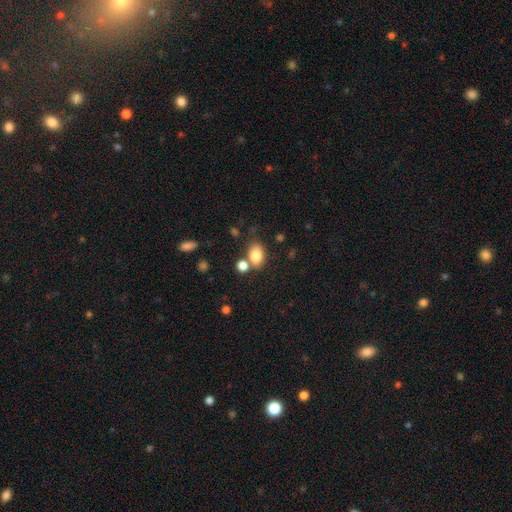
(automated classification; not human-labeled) Morphology: type=smooth (82%); roundness=in between (78%); merging=none (62%).